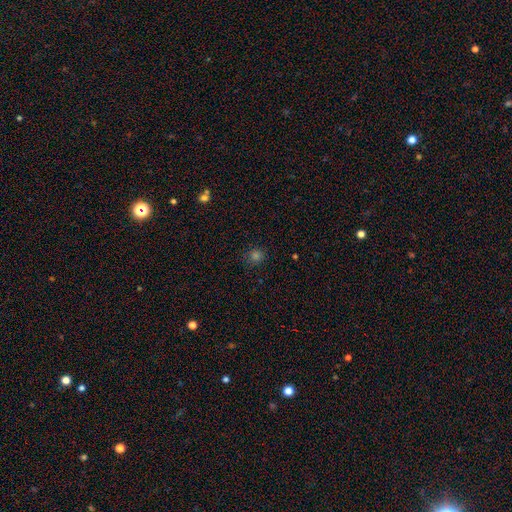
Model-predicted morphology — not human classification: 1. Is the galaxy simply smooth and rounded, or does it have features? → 74% smooth, 21% star or artifact, 4% featured or disk.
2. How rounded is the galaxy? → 91% round, 8% in between, 1% cigar-shaped.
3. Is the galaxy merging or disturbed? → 88% none, 8% minor disturbance, 2% major disturbance, 1% merger.